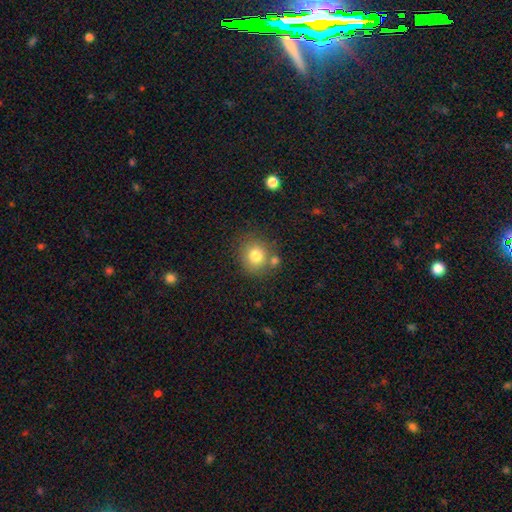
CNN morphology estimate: Overall: smooth (79%). How rounded: round (85%). Merging: none (70%).